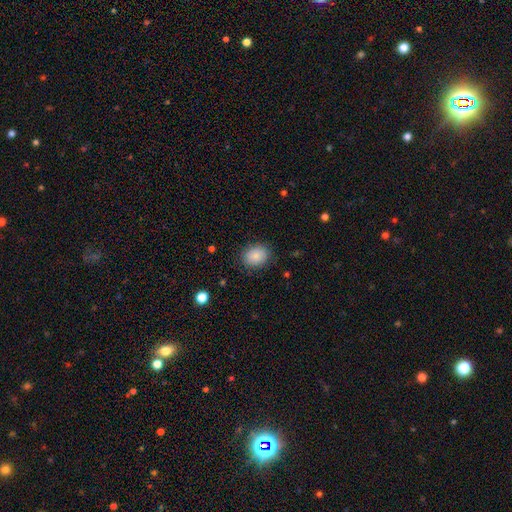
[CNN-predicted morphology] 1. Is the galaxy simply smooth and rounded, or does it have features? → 86% smooth, 8% star or artifact, 6% featured or disk.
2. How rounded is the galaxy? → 51% in between, 49% round, 1% cigar-shaped.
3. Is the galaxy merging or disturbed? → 85% none, 11% minor disturbance, 3% major disturbance, 1% merger.